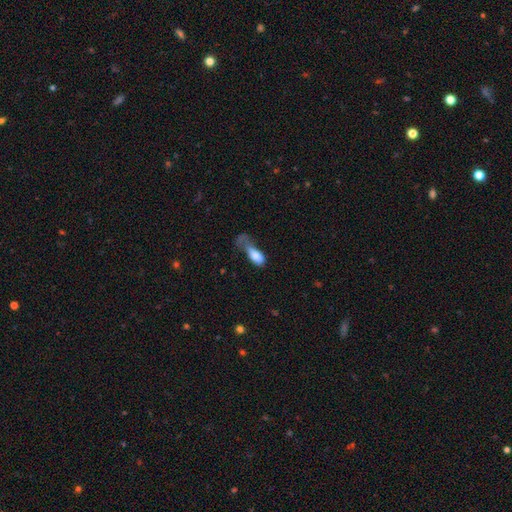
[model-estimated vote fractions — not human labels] Q: Smooth or featured?
A: smooth (77%); runner-up: featured or disk (15%)
Q: How rounded?
A: in between (80%); runner-up: cigar-shaped (16%)
Q: Merging?
A: major disturbance (54%); runner-up: minor disturbance (21%)